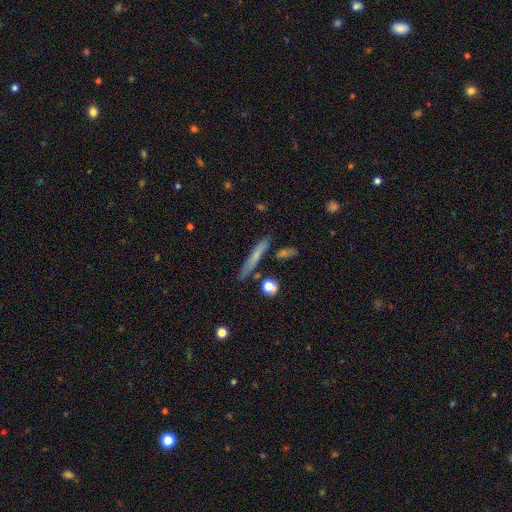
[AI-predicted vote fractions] Overall: smooth (56%; featured or disk 35%). How rounded: cigar-shaped (92%). Merging: none (80%).